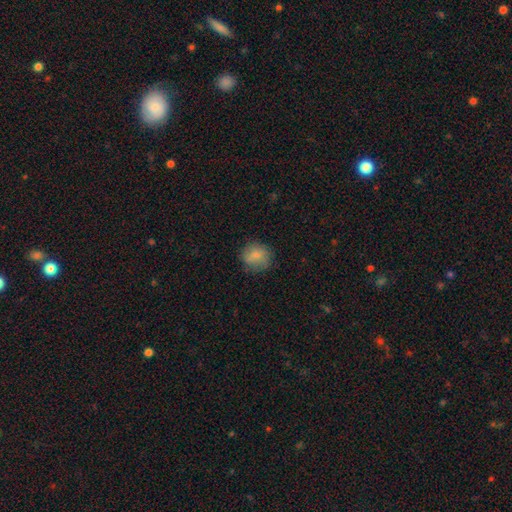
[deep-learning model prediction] This appears to be a smooth galaxy with no disk features (80%) that is round (85%). Merging: none (79%).